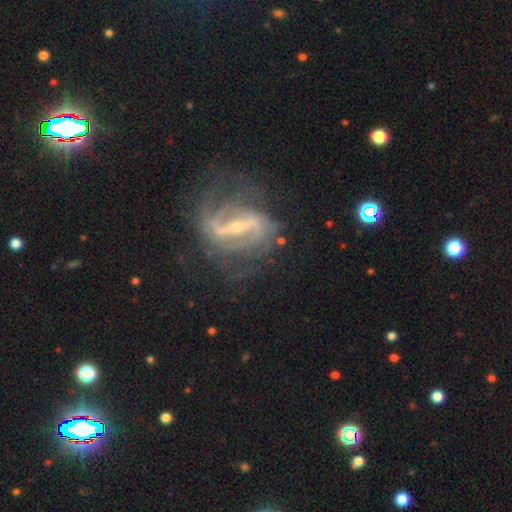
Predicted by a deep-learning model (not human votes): The model was most divided on "spiral winding": medium: 39%, loose: 38%, tight: 23%. More confident: edge-on disk — no (91%); spiral arms — yes (89%); smooth or featured — featured or disk (83%); spiral arm count — 2 (67%); bar — strong (66%); bulge size — small (65%); merging — none (65%).